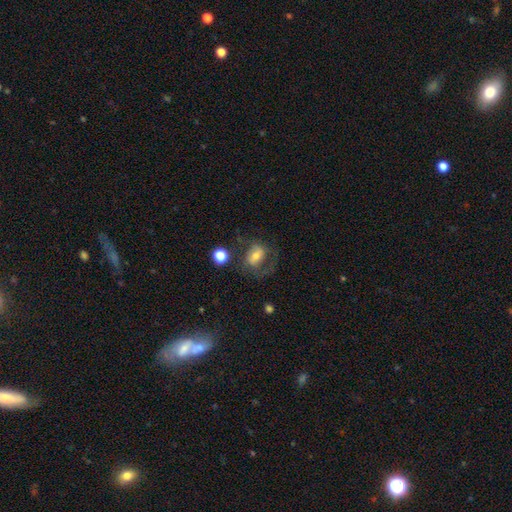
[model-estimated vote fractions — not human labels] Smooth or featured? featured or disk (45%)
Merging? none (48%)